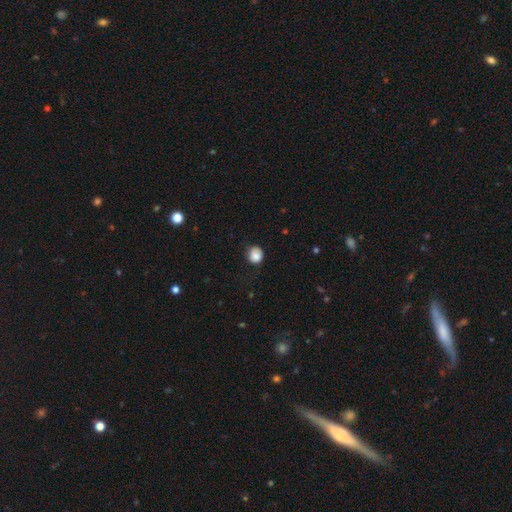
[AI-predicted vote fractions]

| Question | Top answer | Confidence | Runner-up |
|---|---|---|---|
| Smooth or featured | smooth | 86% | star or artifact (9%) |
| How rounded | round | 81% | in between (19%) |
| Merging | none | 71% | minor disturbance (22%) |